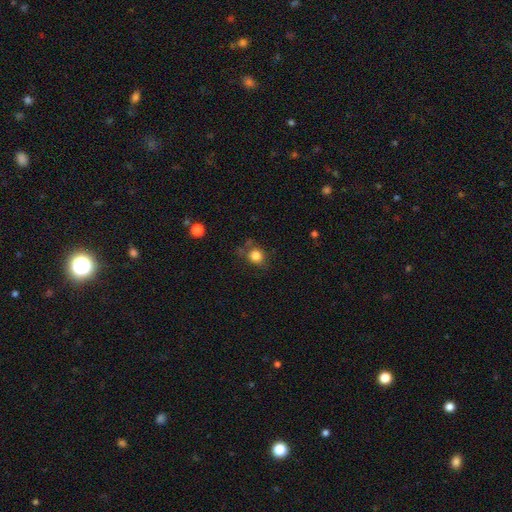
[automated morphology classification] smooth_or_featured: smooth (p=0.83) [alt: star or artifact p=0.11]
how_rounded: round (p=0.85) [alt: in between p=0.14]
merging: none (p=0.72) [alt: minor disturbance p=0.17]